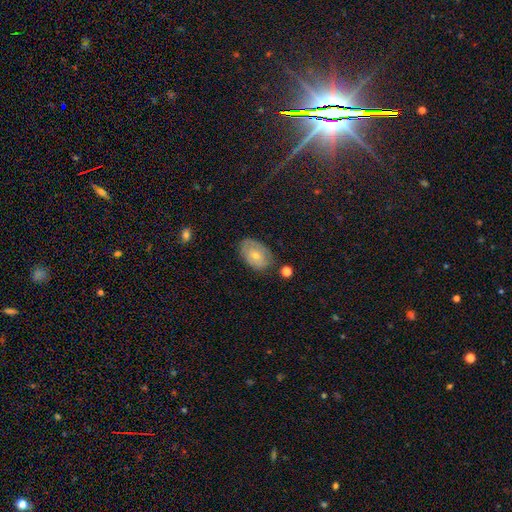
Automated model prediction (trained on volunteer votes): Smooth or featured?
  - smooth: 52% *
  - featured or disk: 40%
  - star or artifact: 8%
How rounded?
  - in between: 84% *
  - round: 15%
  - cigar-shaped: 1%
Merging?
  - none: 70% *
  - minor disturbance: 22%
  - major disturbance: 6%
  - merger: 3%